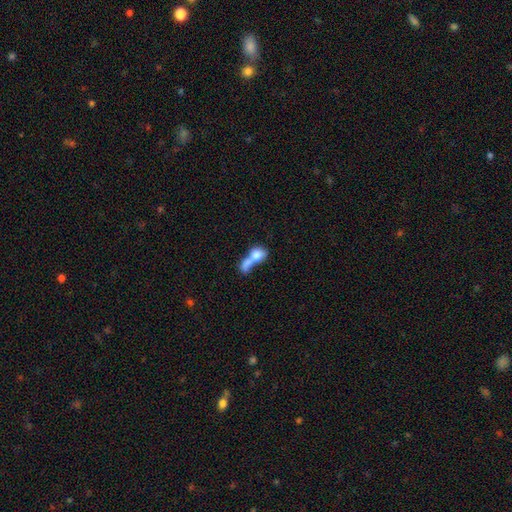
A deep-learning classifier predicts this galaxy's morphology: type=smooth (73%); roundness=in between (54%); merging=merger (74%).